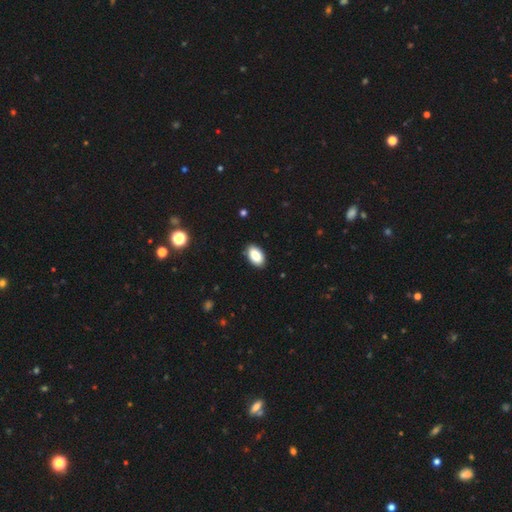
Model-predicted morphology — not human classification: smooth-or-featured: smooth: 85% | star or artifact: 7% | featured or disk: 7%
  how-rounded: in between: 94% | round: 5% | cigar-shaped: 2%
  merging: none: 88% | minor disturbance: 9% | major disturbance: 2% | merger: 1%